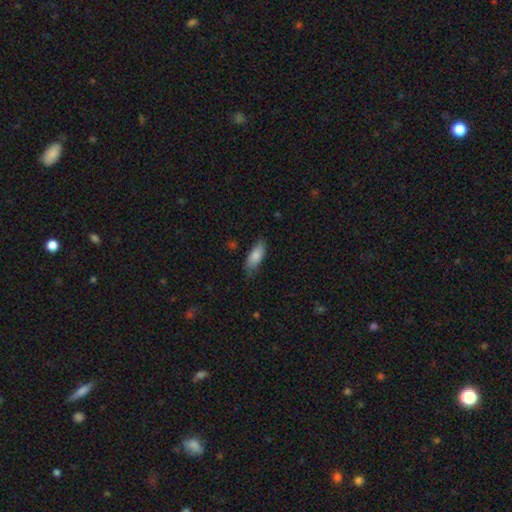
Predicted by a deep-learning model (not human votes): Morphology: type=smooth (83%); roundness=in between (74%); merging=none (73%).